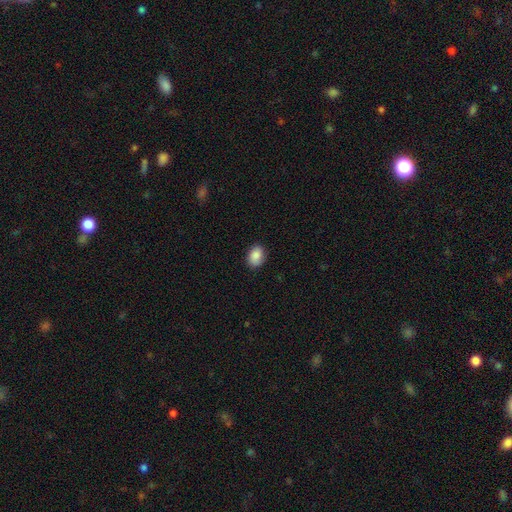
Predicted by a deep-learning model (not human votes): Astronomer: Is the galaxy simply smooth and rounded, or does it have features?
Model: smooth — 87%.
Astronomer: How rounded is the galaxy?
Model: in between — 76%.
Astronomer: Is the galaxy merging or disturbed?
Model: none — 84%.